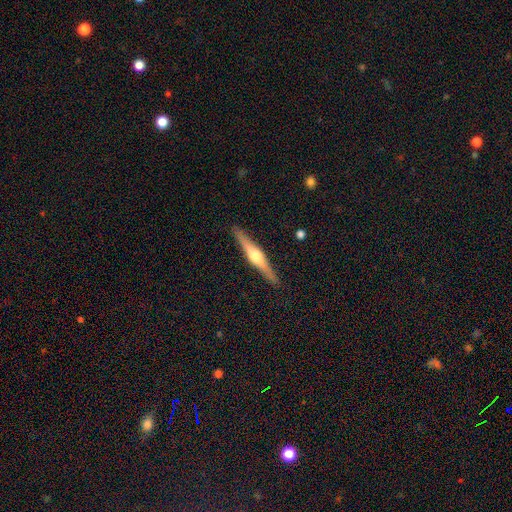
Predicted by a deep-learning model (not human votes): Q: Smooth or featured?
A: featured or disk (73%); runner-up: smooth (22%)
Q: Edge-on disk?
A: yes (98%); runner-up: no (2%)
Q: Edge-on bulge?
A: rounded (92%); runner-up: boxy (5%)
Q: Merging?
A: none (91%); runner-up: minor disturbance (7%)